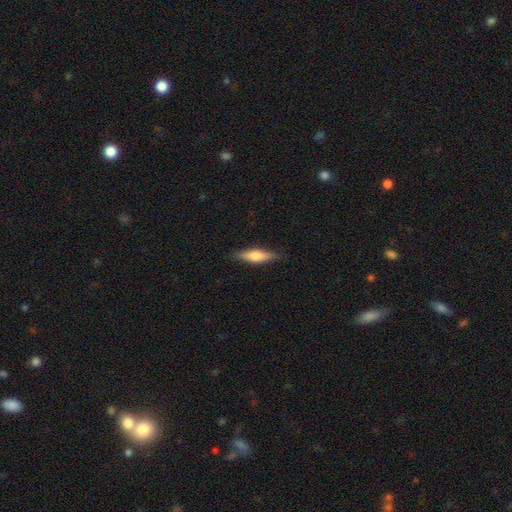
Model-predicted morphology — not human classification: Smooth or featured? Predicted: smooth (p=0.52). How rounded? Predicted: cigar-shaped (p=0.66). Merging? Predicted: none (p=0.87).